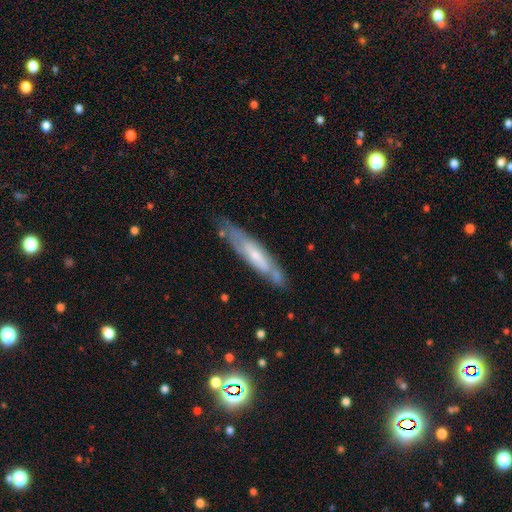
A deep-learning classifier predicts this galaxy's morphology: smooth-or-featured: featured or disk: 55% | smooth: 39% | star or artifact: 6%
  disk-edge-on: yes: 57% | no: 43%
  merging: none: 72% | minor disturbance: 19% | major disturbance: 5% | merger: 4%